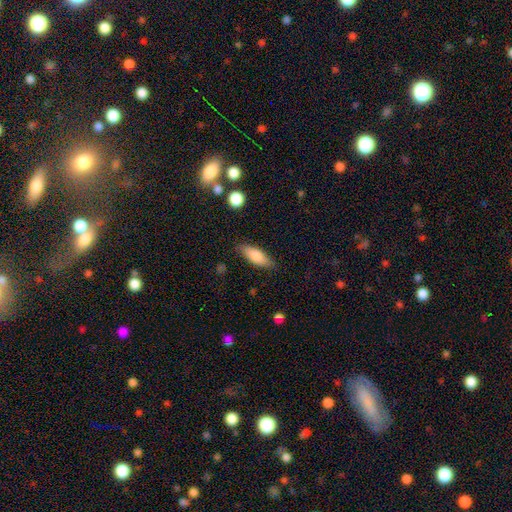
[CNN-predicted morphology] Smooth or featured?
  - smooth: 78% *
  - featured or disk: 15%
  - star or artifact: 6%
How rounded?
  - in between: 69% *
  - cigar-shaped: 29%
  - round: 2%
Merging?
  - none: 81% *
  - minor disturbance: 14%
  - major disturbance: 3%
  - merger: 1%